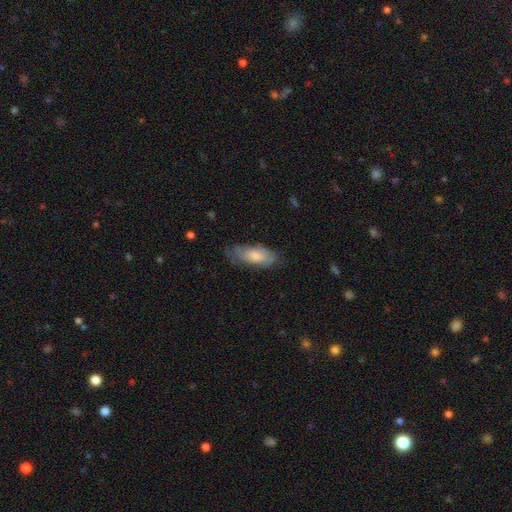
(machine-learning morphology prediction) A smooth galaxy with no disk features (71%) that is in between round and cigar-shaped (79%).

Vote fractions:
- Smooth or featured? smooth: 71% / featured or disk: 23% / star or artifact: 6%
- How rounded? in between: 79% / cigar-shaped: 19% / round: 2%
- Merging? none: 60% / minor disturbance: 29% / major disturbance: 9% / merger: 2%